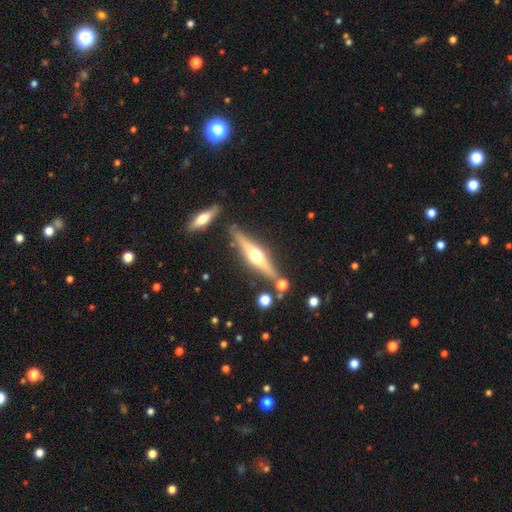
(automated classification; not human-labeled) The model was most divided on "smooth or featured": featured or disk: 71%, smooth: 23%, star or artifact: 6%. More confident: edge-on disk — yes (96%); edge-on bulge — rounded (95%); merging — none (81%).